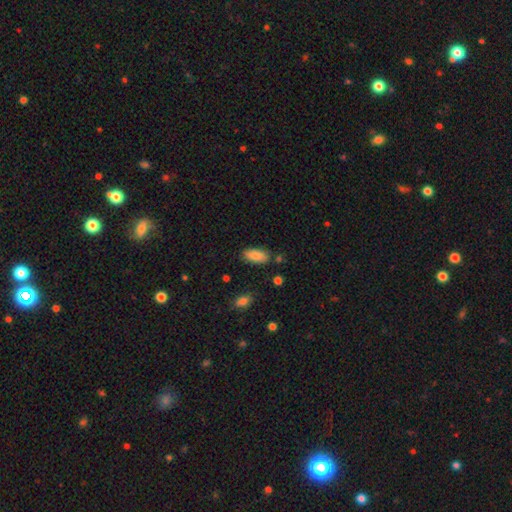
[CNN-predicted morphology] This is clearly a smooth galaxy (86%). How rounded: clearly in between (87%). Merging: clearly none (81%).